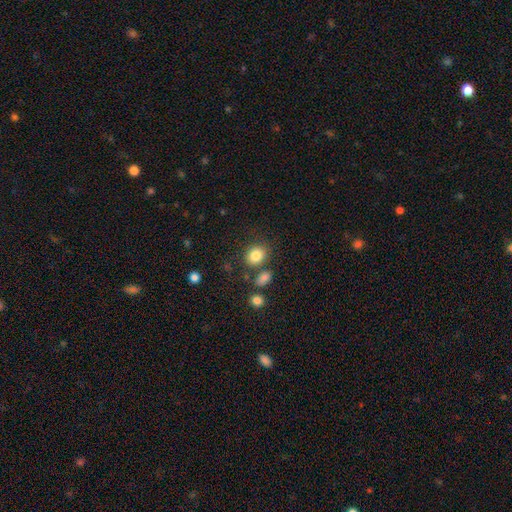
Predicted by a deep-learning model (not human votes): This appears to be a smooth galaxy with no disk features (84%) that is round (56%). Merging: none (73%).